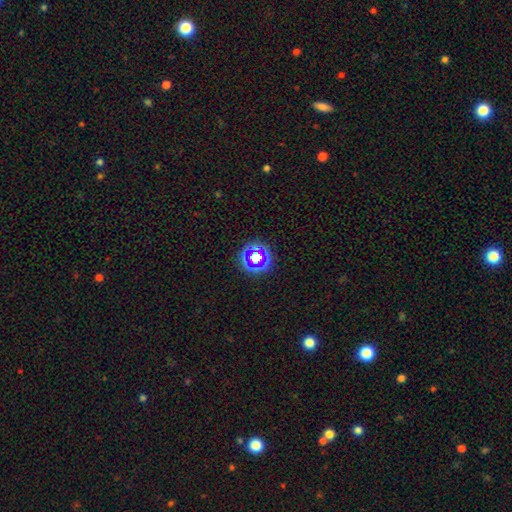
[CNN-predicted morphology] smooth_or_featured: star or artifact (p=0.52) [alt: smooth p=0.35]